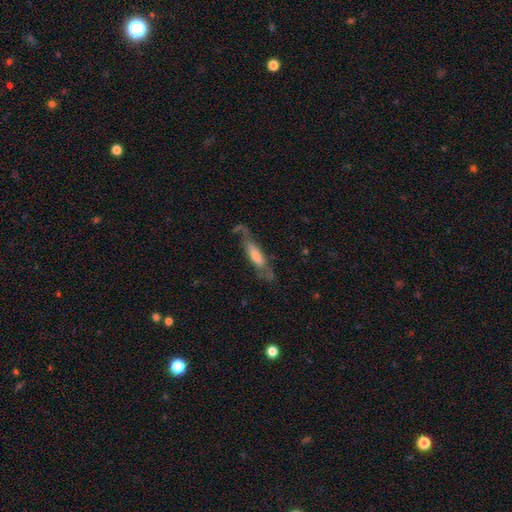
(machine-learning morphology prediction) Smooth or featured: featured or disk — 50% (smooth — 43%)
Edge-on disk: no — 54% (yes — 46%)
Merging: none — 50% (minor disturbance — 24%)